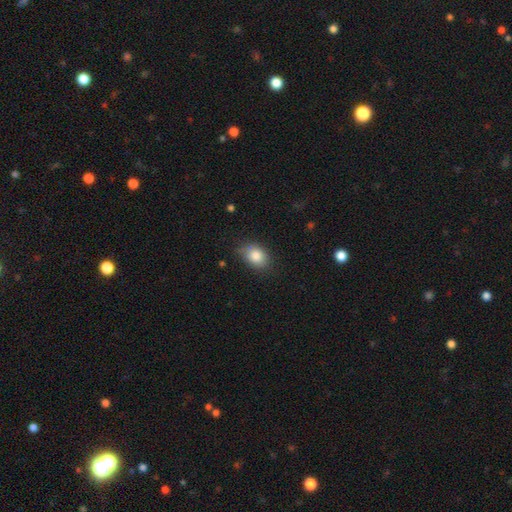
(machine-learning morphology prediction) The model was most divided on "how rounded": in between: 70%, round: 29%, cigar-shaped: 1%. More confident: smooth or featured — smooth (84%); merging — none (72%).